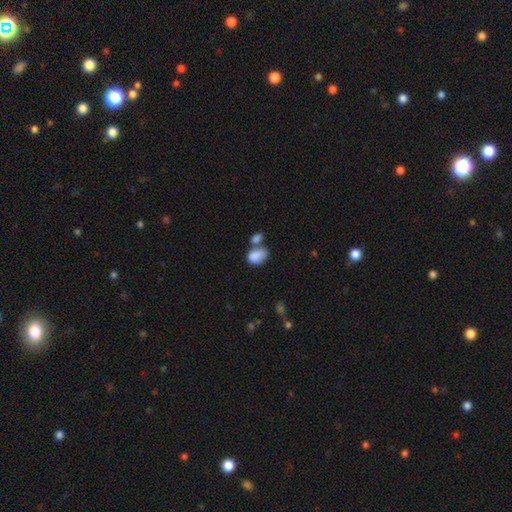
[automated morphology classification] smooth_or_featured: smooth (p=0.84) [alt: featured or disk p=0.08]
how_rounded: in between (p=0.84) [alt: round p=0.14]
merging: merger (p=0.45) [alt: none p=0.31]